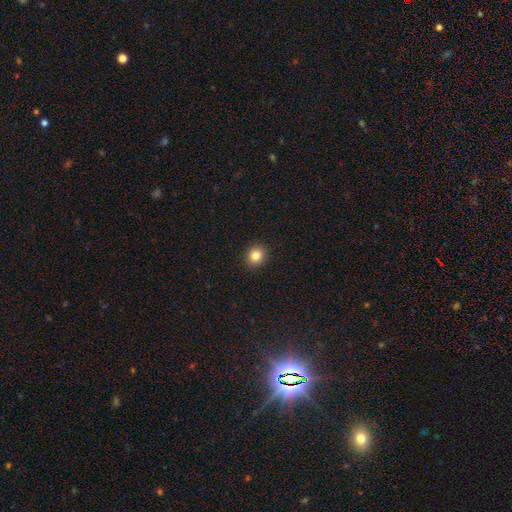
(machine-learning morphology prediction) The model was most divided on "how rounded": round: 80%, in between: 19%, cigar-shaped: 1%. More confident: merging — none (92%); smooth or featured — smooth (83%).